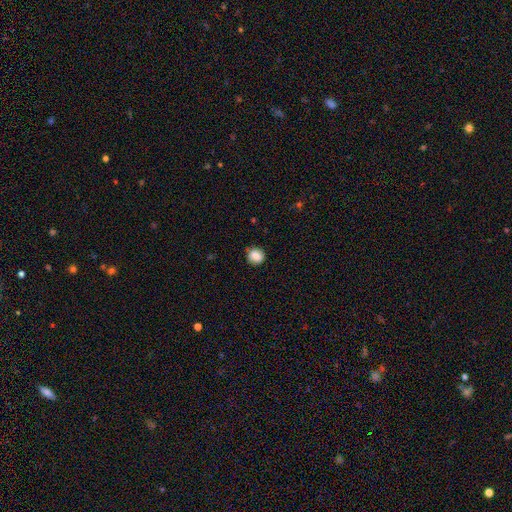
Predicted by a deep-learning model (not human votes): Q: Smooth or featured?
A: smooth (86%); runner-up: star or artifact (9%)
Q: How rounded?
A: round (82%); runner-up: in between (17%)
Q: Merging?
A: none (82%); runner-up: minor disturbance (14%)